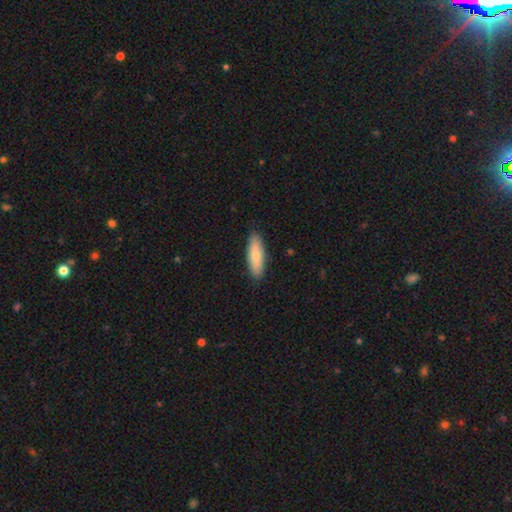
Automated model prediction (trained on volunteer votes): The model was most divided on "how rounded": in between: 53%, cigar-shaped: 45%, round: 2%. More confident: merging — none (87%); smooth or featured — smooth (76%).